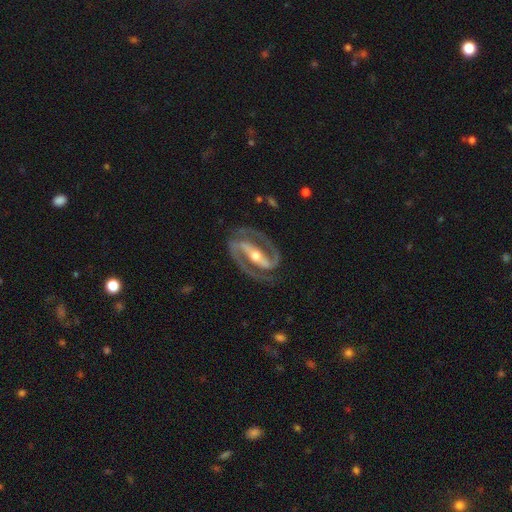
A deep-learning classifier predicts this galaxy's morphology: type=featured or disk (94%); edge-on=no (96%); bar=strong (78%); spiral arms=yes (98%); winding=medium (52%); arm count=2 (94%); bulge=moderate (59%); merging=none (84%).